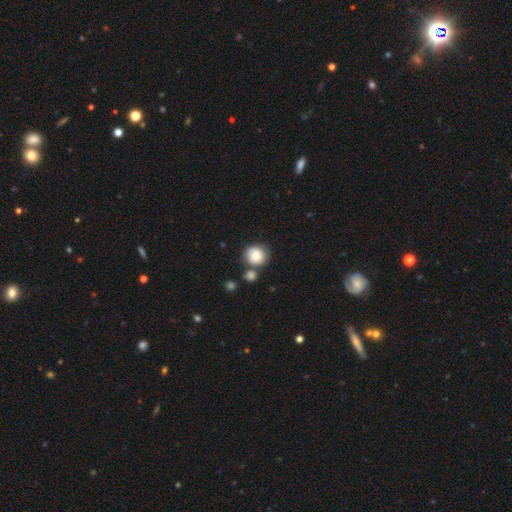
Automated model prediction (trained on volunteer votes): A smooth galaxy with no disk features (82%) that is round (87%).

Vote fractions:
- Smooth or featured? smooth: 82% / featured or disk: 10% / star or artifact: 9%
- How rounded? round: 87% / in between: 12% / cigar-shaped: 1%
- Merging? none: 62% / merger: 19% / minor disturbance: 14% / major disturbance: 5%